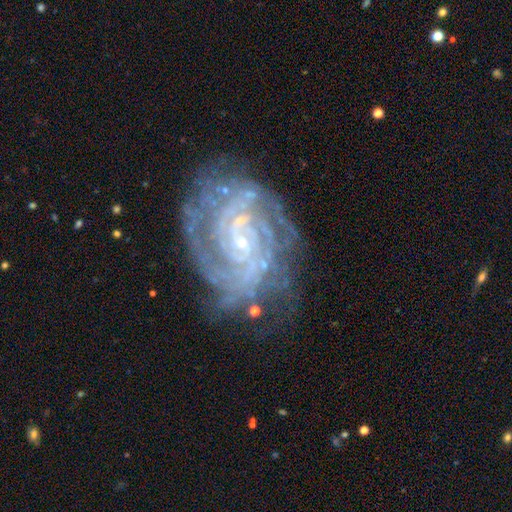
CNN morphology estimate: Smooth or featured?
  - featured or disk: 76% *
  - star or artifact: 16%
  - smooth: 8%
Edge-on disk?
  - no: 96% *
  - yes: 4%
Bar?
  - no: 43% *
  - weak: 39%
  - strong: 18%
Spiral arms?
  - yes: 95% *
  - no: 5%
Spiral winding?
  - tight: 63% *
  - medium: 29%
  - loose: 8%
Spiral arm count?
  - can't tell: 29% *
  - 2: 21%
  - 3: 17%
  - 4: 14%
  - more than 4: 11%
  - 1: 9%
Bulge size?
  - small: 74% *
  - moderate: 19%
  - none: 5%
  - large: 2%
  - dominant: 1%
Merging?
  - none: 77% *
  - minor disturbance: 14%
  - major disturbance: 7%
  - merger: 2%